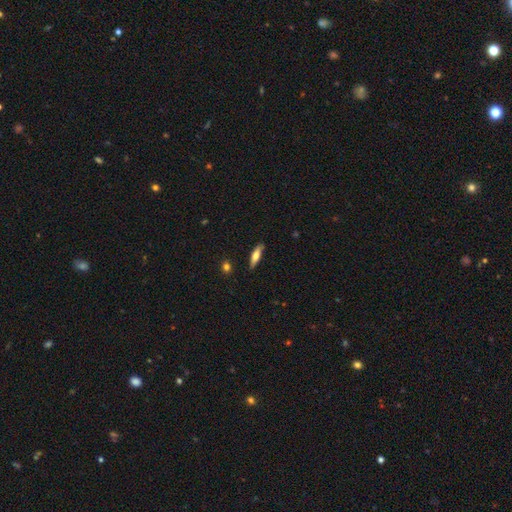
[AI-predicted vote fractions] A smooth galaxy with no disk features (64%) that is cigar-shaped (62%). Merging: none (84%).